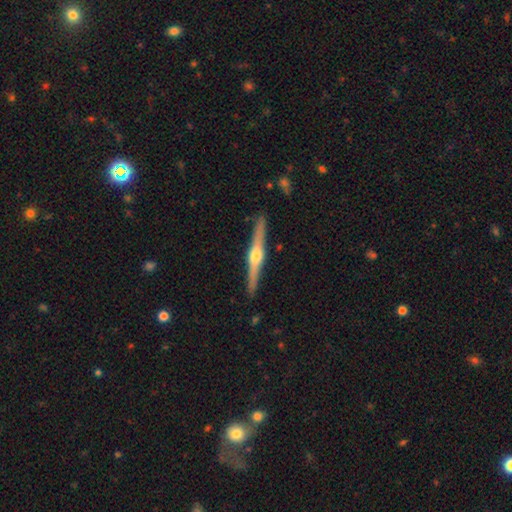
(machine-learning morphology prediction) This is likely a featured or disk galaxy (79%). It is clearly viewed edge-on (98%). Edge-on bulge: clearly rounded (93%). Merging: clearly none (91%).